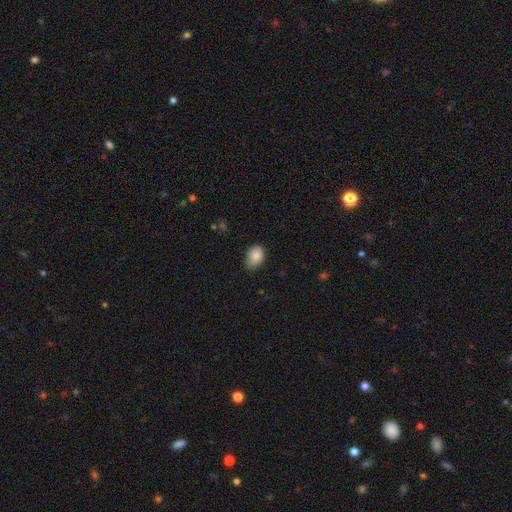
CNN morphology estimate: smooth-or-featured: smooth: 86% | star or artifact: 8% | featured or disk: 6%
  how-rounded: in between: 78% | round: 21% | cigar-shaped: 1%
  merging: none: 63% | minor disturbance: 31% | major disturbance: 5% | merger: 1%